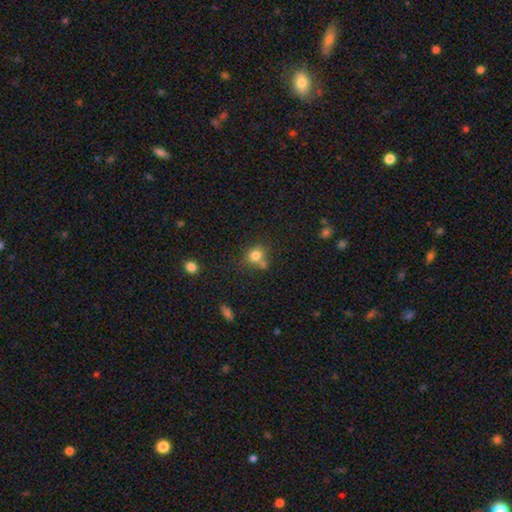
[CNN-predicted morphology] The model was most divided on "merging": none: 53%, merger: 27%, minor disturbance: 15%, major disturbance: 6%. More confident: smooth or featured — smooth (79%); how rounded — round (74%).